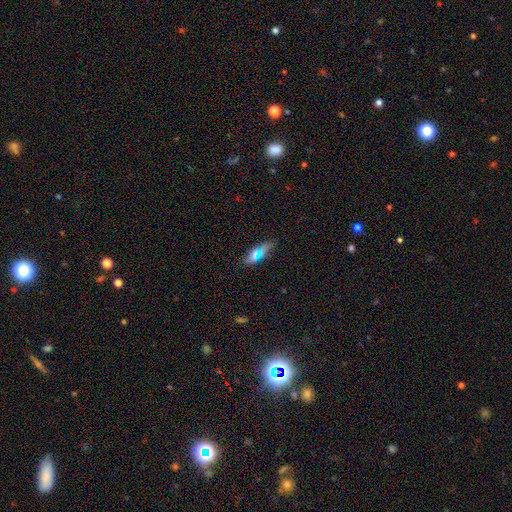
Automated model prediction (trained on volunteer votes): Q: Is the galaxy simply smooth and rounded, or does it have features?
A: smooth — 58%.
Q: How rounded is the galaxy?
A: in between — 67%.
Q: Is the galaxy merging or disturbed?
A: none — 75%.